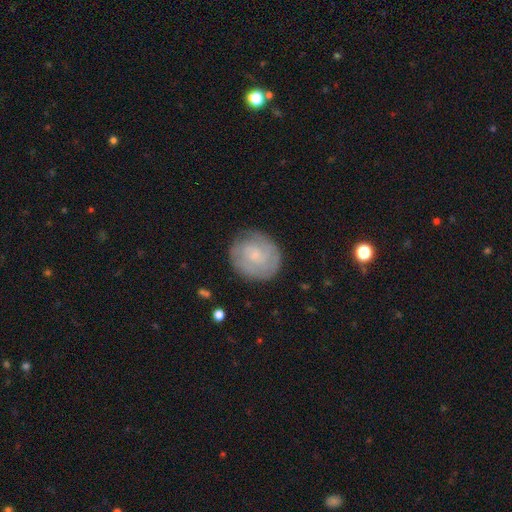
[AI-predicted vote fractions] Smooth or featured?
  - featured or disk: 60% *
  - smooth: 33%
  - star or artifact: 7%
Edge-on disk?
  - no: 98% *
  - yes: 2%
Bar?
  - no: 67% *
  - weak: 29%
  - strong: 4%
Spiral arms?
  - yes: 87% *
  - no: 13%
Spiral winding?
  - tight: 66% *
  - medium: 26%
  - loose: 8%
Spiral arm count?
  - can't tell: 41% *
  - 2: 29%
  - 3: 15%
  - 4: 6%
  - 1: 5%
  - more than 4: 4%
Bulge size?
  - small: 67% *
  - moderate: 17%
  - none: 13%
  - large: 2%
  - dominant: 1%
Merging?
  - none: 80% *
  - minor disturbance: 14%
  - major disturbance: 5%
  - merger: 1%